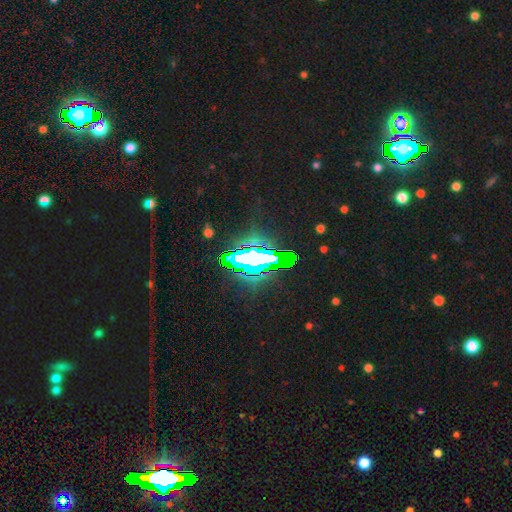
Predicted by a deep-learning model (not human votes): Q: Smooth or featured?
A: star or artifact (66%); runner-up: smooth (17%)